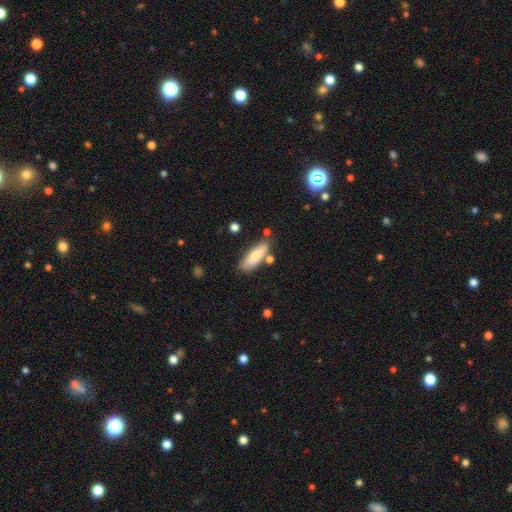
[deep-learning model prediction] The model was most divided on "how rounded": in between: 52%, cigar-shaped: 46%, round: 2%. More confident: smooth or featured — smooth (80%); merging — none (73%).